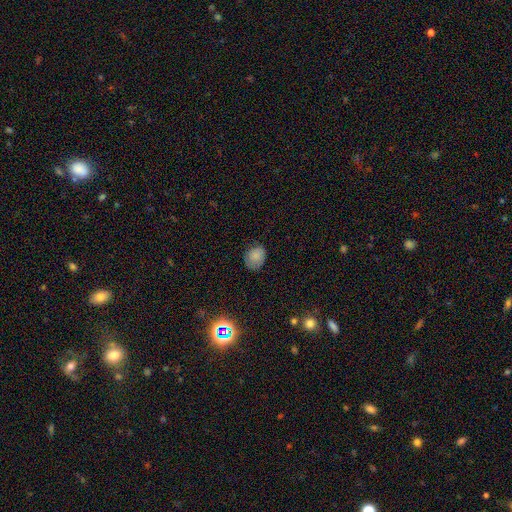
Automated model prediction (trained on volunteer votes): This appears to be a smooth galaxy with no disk features (78%) that is in between round and cigar-shaped (52%). Merging: none (73%).